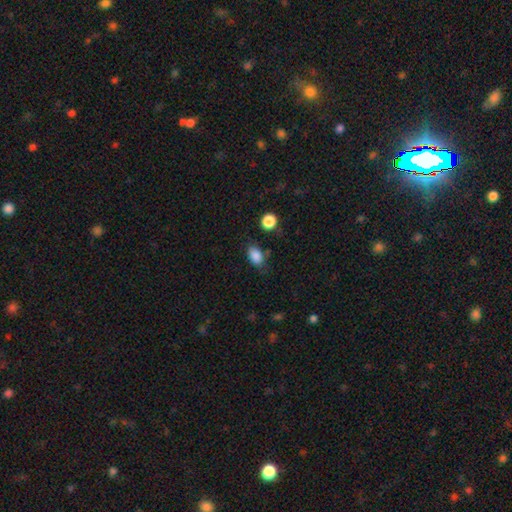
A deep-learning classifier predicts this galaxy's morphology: This appears to be a smooth galaxy with no disk features (86%) that is in between round and cigar-shaped (86%). Merging: none (71%).